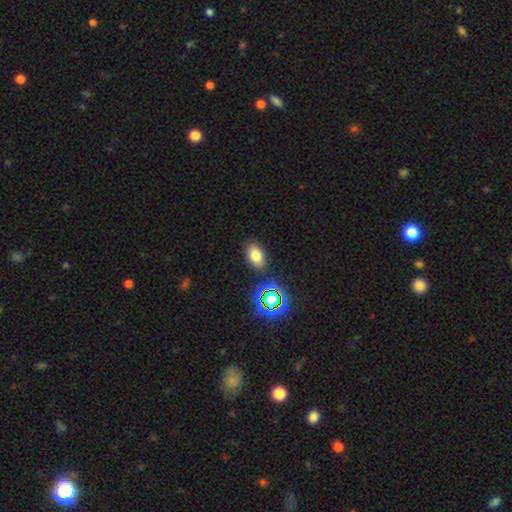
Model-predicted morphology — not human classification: This appears to be a smooth galaxy with no disk features (73%) that is in between round and cigar-shaped (86%). Merging: none (84%).